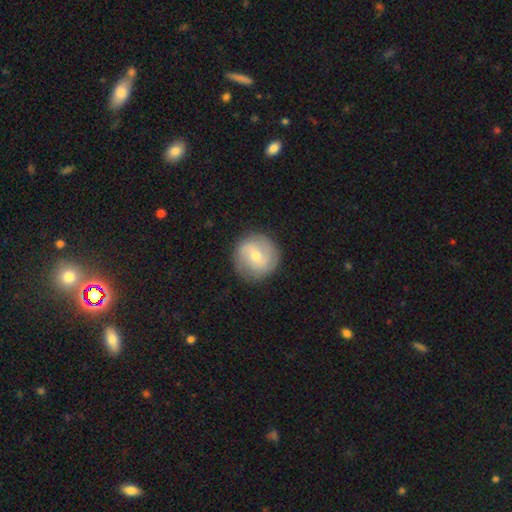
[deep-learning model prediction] A featured or disk galaxy (56%) with a weak bar (52%), spiral arms (81%) and a moderate central bulge (55%). Merging: none (86%).